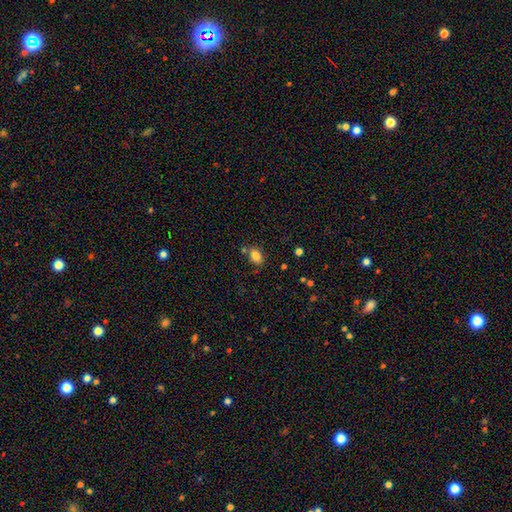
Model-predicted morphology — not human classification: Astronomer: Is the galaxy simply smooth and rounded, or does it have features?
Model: smooth — 83%.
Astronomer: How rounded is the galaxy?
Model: in between — 77%.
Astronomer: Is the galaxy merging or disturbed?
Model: none — 72%.